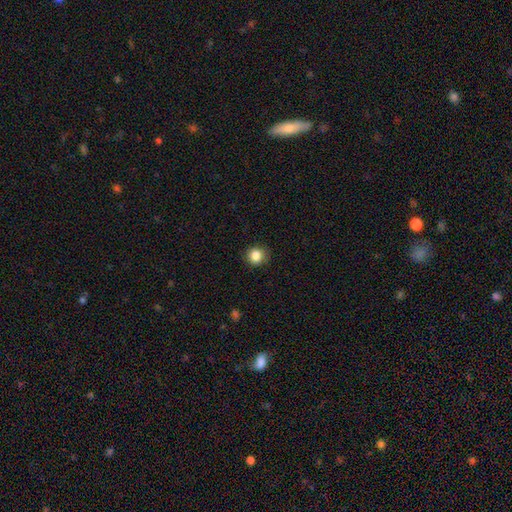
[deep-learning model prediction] A smooth galaxy with no disk features (86%) that is round (88%).

Vote fractions:
- Smooth or featured? smooth: 86% / star or artifact: 10% / featured or disk: 4%
- How rounded? round: 88% / in between: 11% / cigar-shaped: 1%
- Merging? none: 87% / minor disturbance: 9% / major disturbance: 2% / merger: 1%